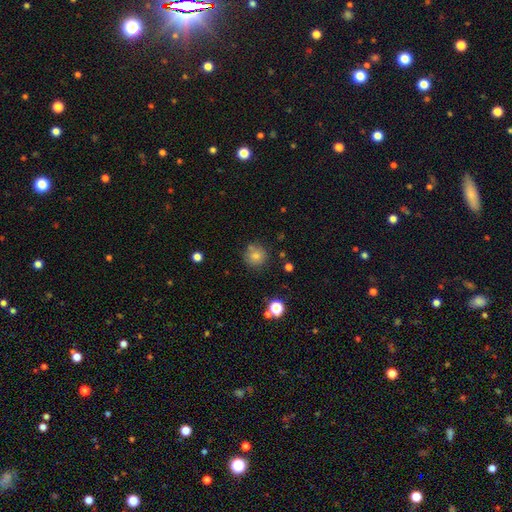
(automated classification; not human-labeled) This is likely a smooth galaxy (78%). How rounded: clearly round (91%). Merging: likely none (78%).